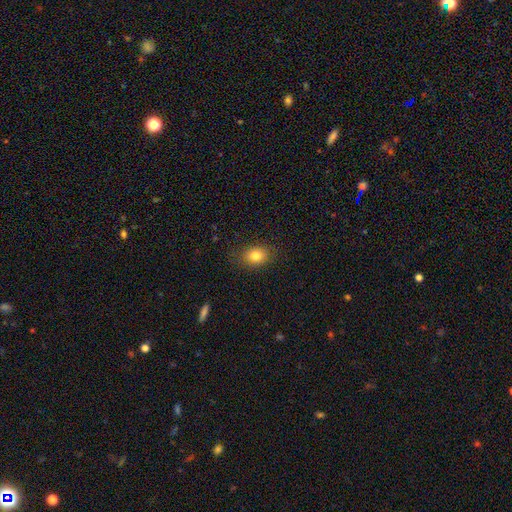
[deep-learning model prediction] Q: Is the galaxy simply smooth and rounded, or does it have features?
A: smooth — 81%.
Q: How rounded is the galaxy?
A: in between — 65%.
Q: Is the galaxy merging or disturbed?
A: none — 85%.